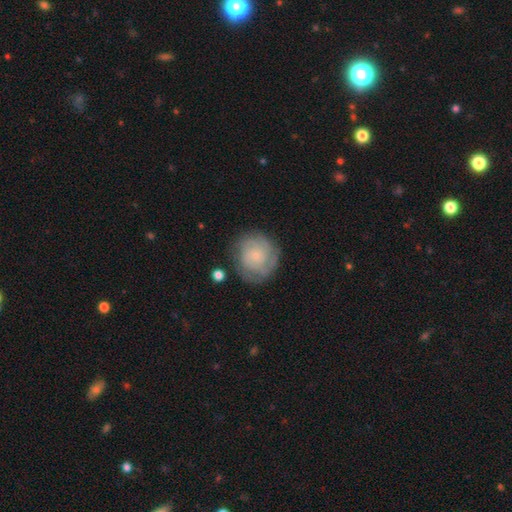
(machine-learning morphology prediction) This is likely a featured or disk galaxy (68%). It is clearly not viewed edge-on (98%). Bar: likely no (77%). Spiral arm pattern: clearly yes (92%). Spiral arm count: marginally can't tell (32%). Spiral winding: likely tight (68%). Central bulge: likely small (75%). Merging: likely none (77%).